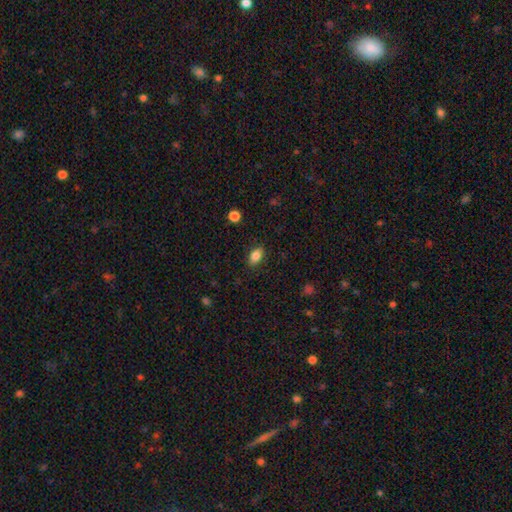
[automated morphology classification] smooth-or-featured: smooth: 85% | star or artifact: 9% | featured or disk: 6%
  how-rounded: in between: 87% | round: 10% | cigar-shaped: 3%
  merging: none: 86% | minor disturbance: 10% | major disturbance: 3% | merger: 1%